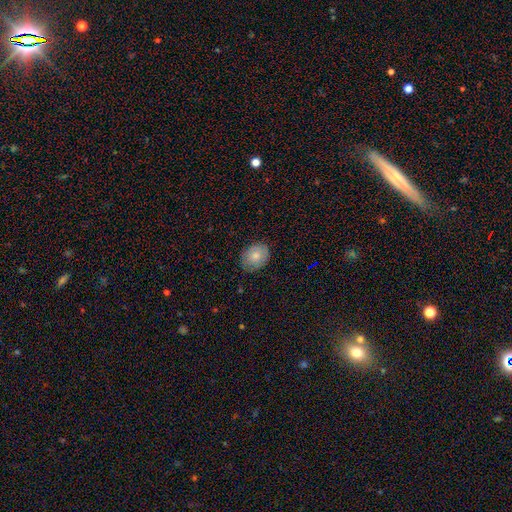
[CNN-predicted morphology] Overall: smooth (77%). How rounded: in between (57%; round 42%). Merging: none (80%).